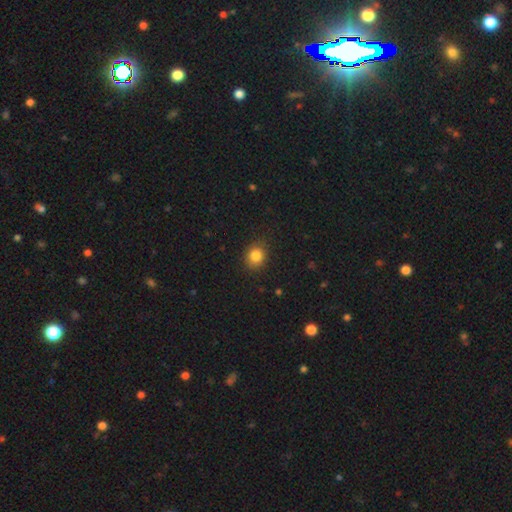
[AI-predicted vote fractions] This appears to be a smooth galaxy with no disk features (84%) that is round (69%). Merging: none (85%).